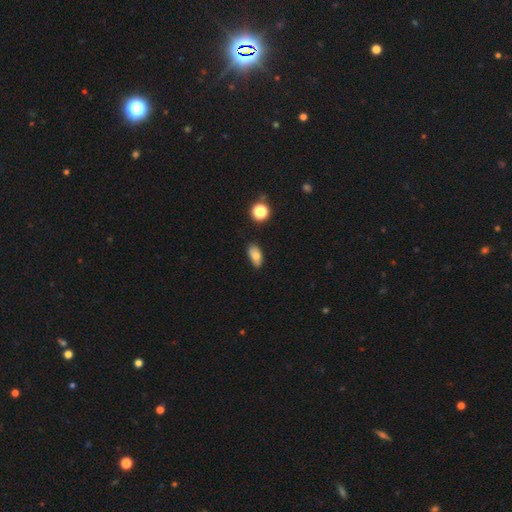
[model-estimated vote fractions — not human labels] Q: Smooth or featured?
A: smooth (73%); runner-up: featured or disk (18%)
Q: How rounded?
A: in between (89%); runner-up: round (7%)
Q: Merging?
A: none (75%); runner-up: minor disturbance (19%)